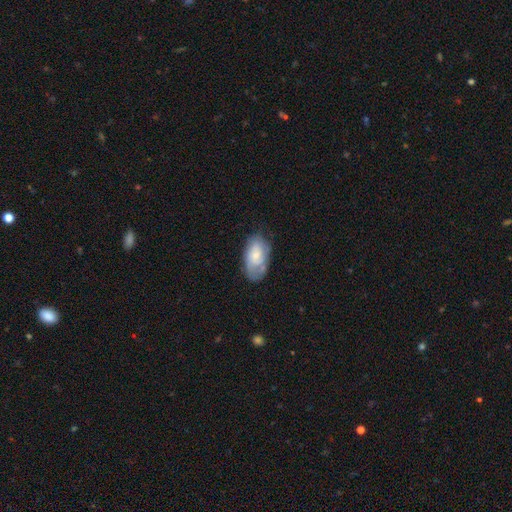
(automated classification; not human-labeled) Q: Smooth or featured?
A: smooth (53%); runner-up: featured or disk (41%)
Q: How rounded?
A: in between (93%); runner-up: round (5%)
Q: Merging?
A: none (60%); runner-up: minor disturbance (28%)